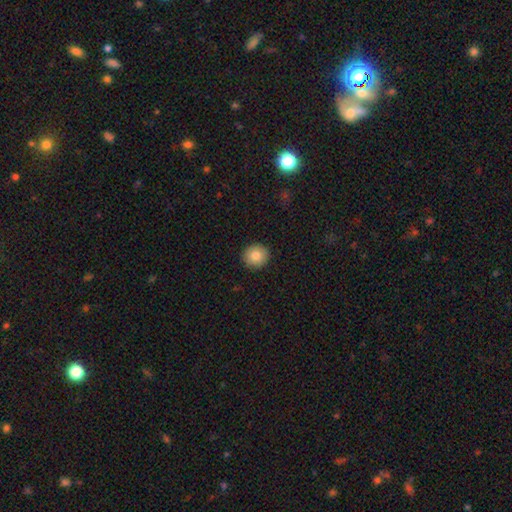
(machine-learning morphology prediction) smooth-or-featured: smooth: 84% | star or artifact: 8% | featured or disk: 8%
  how-rounded: round: 91% | in between: 8% | cigar-shaped: 1%
  merging: none: 92% | minor disturbance: 5% | major disturbance: 2% | merger: 1%